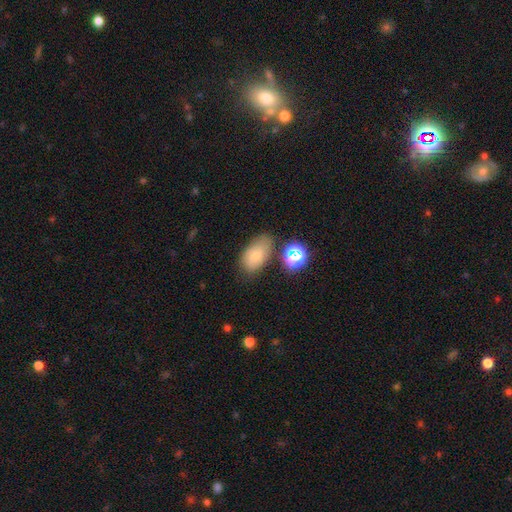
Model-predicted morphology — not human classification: The model was most divided on "smooth or featured": smooth: 66%, featured or disk: 18%, star or artifact: 17%. More confident: how rounded — in between (86%); merging — none (68%).